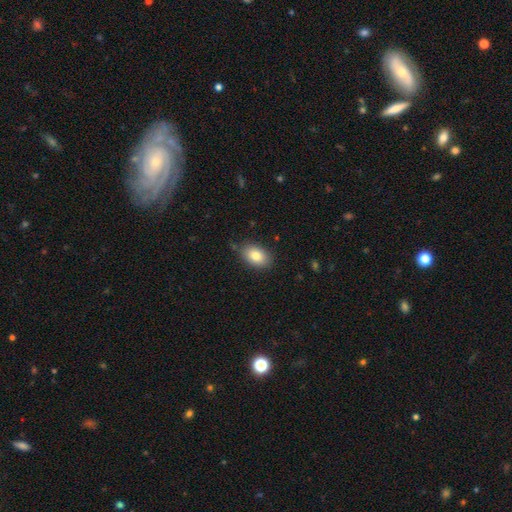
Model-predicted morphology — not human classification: The model was most divided on "merging": none: 81%, minor disturbance: 14%, major disturbance: 3%, merger: 2%. More confident: how rounded — in between (86%); smooth or featured — smooth (83%).